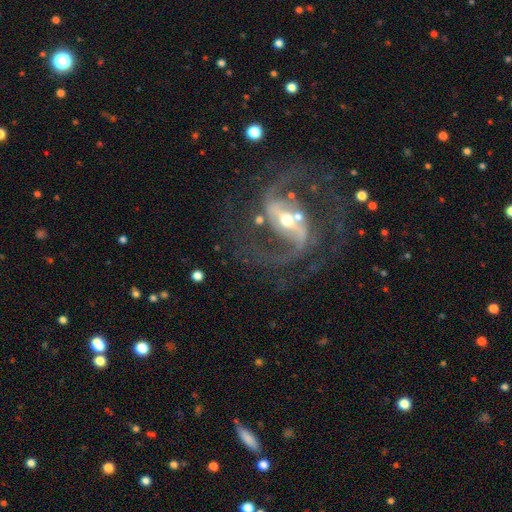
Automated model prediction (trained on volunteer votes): Smooth or featured: featured or disk — 90% (star or artifact — 7%)
Edge-on disk: no — 97% (yes — 3%)
Bar: strong — 51% (weak — 33%)
Spiral arms: yes — 96% (no — 4%)
Spiral winding: medium — 52% (loose — 34%)
Spiral arm count: 2 — 88% (can't tell — 3%)
Bulge size: small — 52% (moderate — 41%)
Merging: none — 69% (major disturbance — 14%)